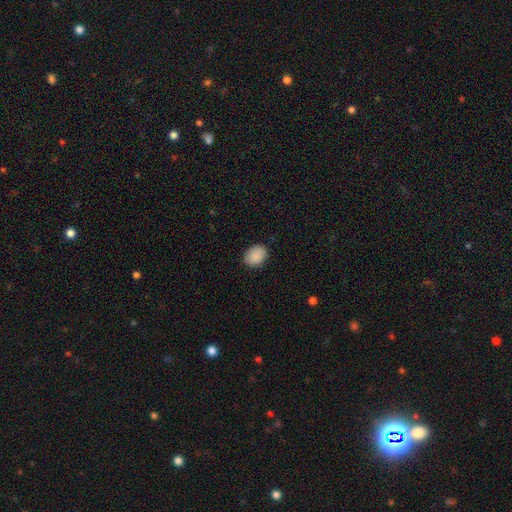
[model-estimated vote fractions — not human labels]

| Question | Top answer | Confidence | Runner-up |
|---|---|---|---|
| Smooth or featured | smooth | 90% | star or artifact (7%) |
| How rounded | in between | 69% | round (30%) |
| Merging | none | 85% | minor disturbance (11%) |